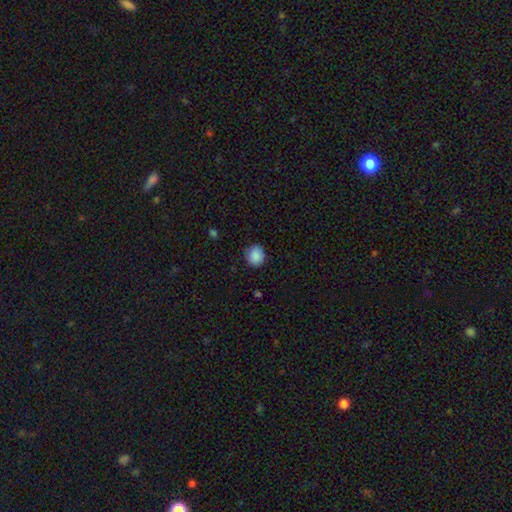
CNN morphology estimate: Smooth or featured?
  - smooth: 88% *
  - star or artifact: 8%
  - featured or disk: 3%
How rounded?
  - round: 79% *
  - in between: 21%
  - cigar-shaped: 1%
Merging?
  - none: 83% *
  - minor disturbance: 13%
  - major disturbance: 3%
  - merger: 1%